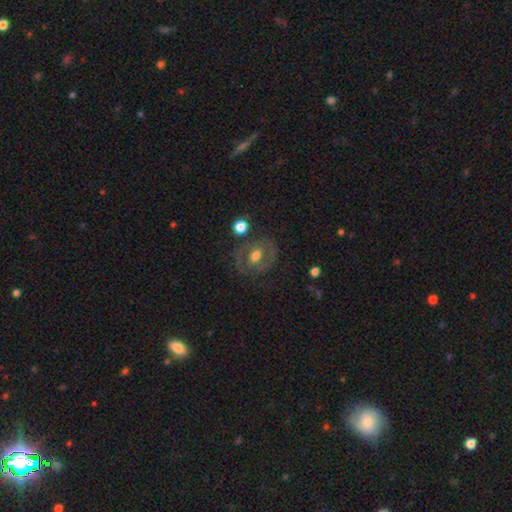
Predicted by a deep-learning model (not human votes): The model was most divided on "smooth or featured": featured or disk: 50%, smooth: 41%, star or artifact: 9%. More confident: merging — none (71%).